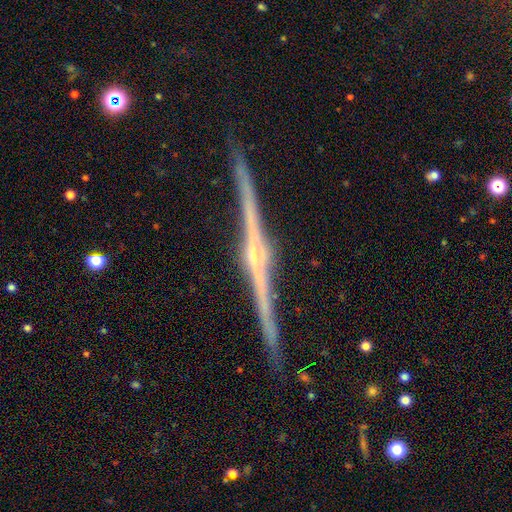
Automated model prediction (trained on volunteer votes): Overall: featured or disk (91%). Edge-on disk: yes (99%). Edge-on bulge: rounded (79%). Merging: none (91%).